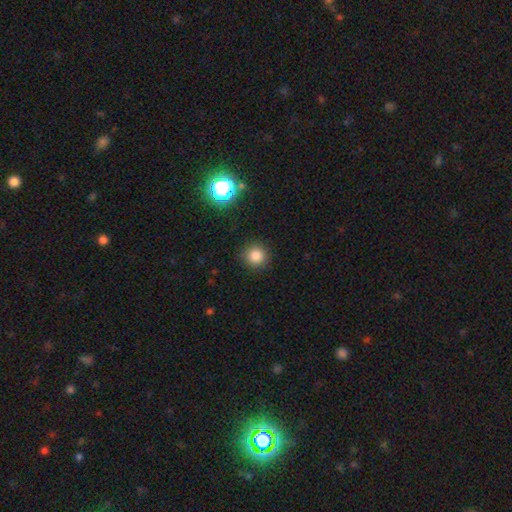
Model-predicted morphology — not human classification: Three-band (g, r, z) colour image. It shows a smooth galaxy with no disk features (83%) that is round (94%). Merging: none (90%).